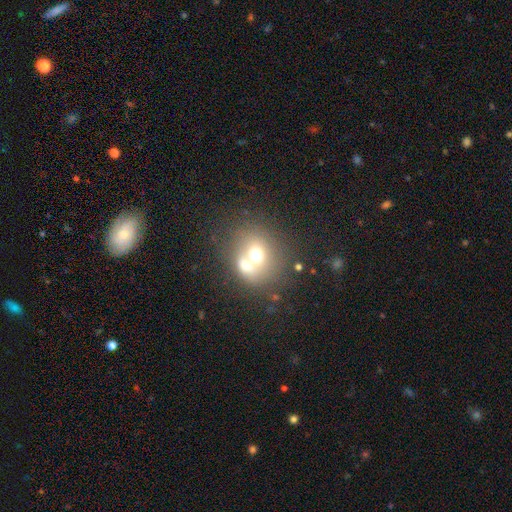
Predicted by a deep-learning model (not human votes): Smooth or featured?
  - smooth: 62% *
  - featured or disk: 24%
  - star or artifact: 14%
How rounded?
  - round: 69% *
  - in between: 30%
  - cigar-shaped: 1%
Merging?
  - merger: 54% *
  - none: 32%
  - minor disturbance: 8%
  - major disturbance: 6%